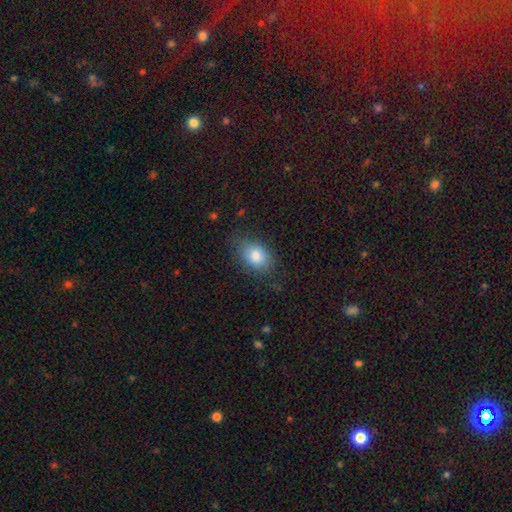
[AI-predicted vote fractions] Smooth or featured: smooth — 83% (featured or disk — 9%)
How rounded: in between — 82% (round — 16%)
Merging: none — 71% (minor disturbance — 21%)